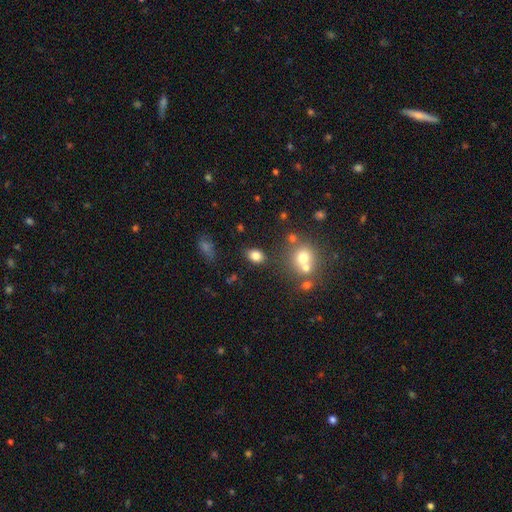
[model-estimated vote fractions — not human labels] Overall: smooth (81%). How rounded: in between (77%). Merging: none (78%).